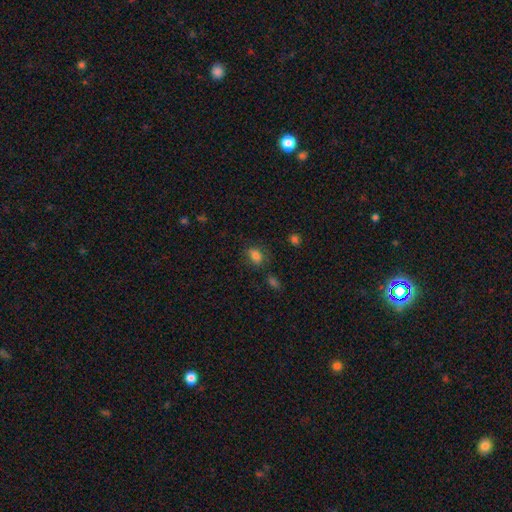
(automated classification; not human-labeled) Smooth or featured? Predicted: smooth (p=0.80). How rounded? Predicted: in between (p=0.71). Merging? Predicted: none (p=0.69).